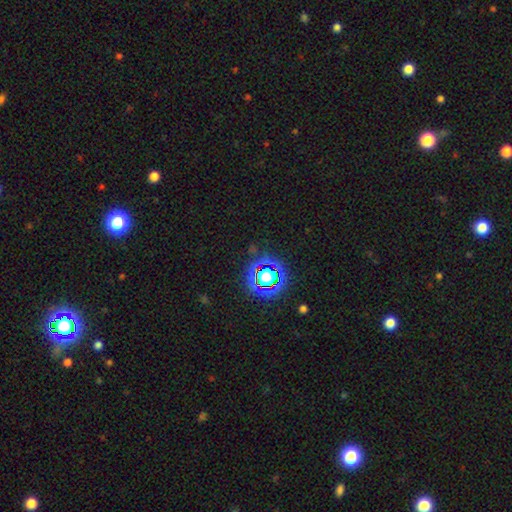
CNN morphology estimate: This appears to be a star or artifact, not a galaxy (75%).